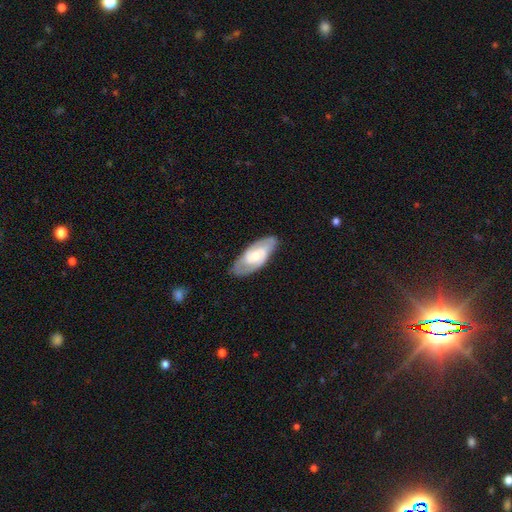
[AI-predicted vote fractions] Smooth or featured?
  - featured or disk: 71% *
  - smooth: 25%
  - star or artifact: 5%
Edge-on disk?
  - no: 91% *
  - yes: 9%
Bar?
  - no: 50% *
  - weak: 40%
  - strong: 11%
Spiral arms?
  - yes: 87% *
  - no: 13%
Spiral winding?
  - tight: 44% *
  - medium: 43%
  - loose: 13%
Spiral arm count?
  - 2: 73% *
  - can't tell: 17%
  - 3: 5%
  - 1: 2%
  - 4: 1%
  - more than 4: 1%
Bulge size?
  - moderate: 57% *
  - small: 33%
  - large: 7%
  - none: 2%
  - dominant: 1%
Merging?
  - none: 78% *
  - minor disturbance: 16%
  - major disturbance: 4%
  - merger: 1%